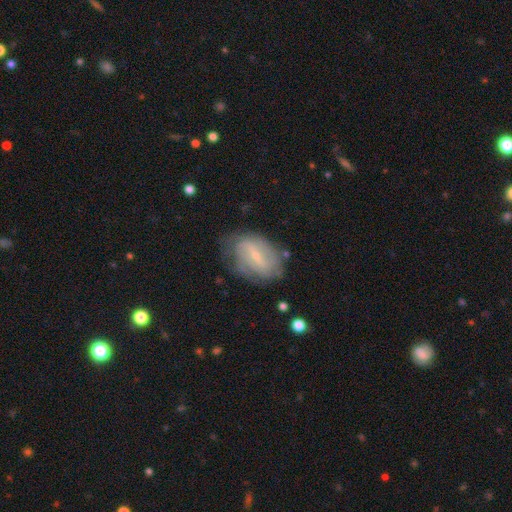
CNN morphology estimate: smooth_or_featured: featured or disk (p=0.69) [alt: smooth p=0.23]
disk_edge_on: no (p=0.94) [alt: yes p=0.06]
bar: weak (p=0.47) [alt: strong p=0.36]
has_spiral_arms: yes (p=0.71) [alt: no p=0.29]
bulge_size: small (p=0.76) [alt: moderate p=0.18]
merging: none (p=0.63) [alt: minor disturbance p=0.24]